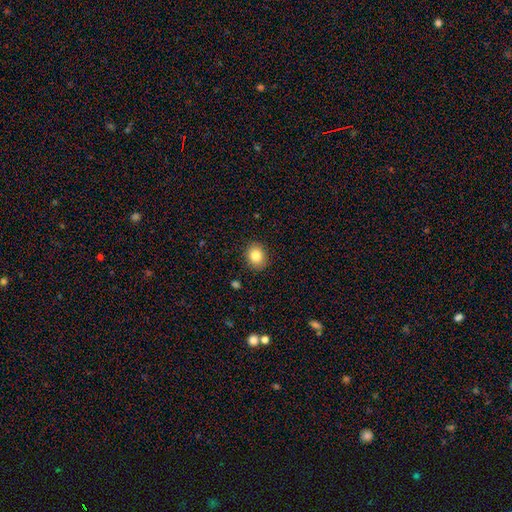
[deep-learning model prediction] Smooth or featured?
  - smooth: 84% *
  - star or artifact: 9%
  - featured or disk: 7%
How rounded?
  - round: 59% *
  - in between: 40%
  - cigar-shaped: 1%
Merging?
  - none: 89% *
  - minor disturbance: 8%
  - major disturbance: 2%
  - merger: 1%